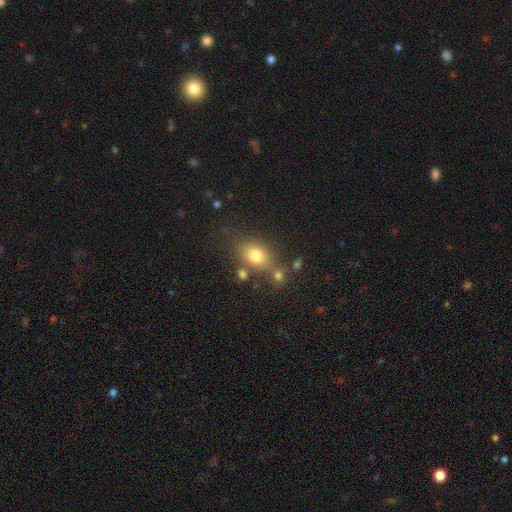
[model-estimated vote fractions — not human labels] Smooth or featured? Predicted: smooth (p=0.77). How rounded? Predicted: in between (p=0.74). Merging? Predicted: none (p=0.62).